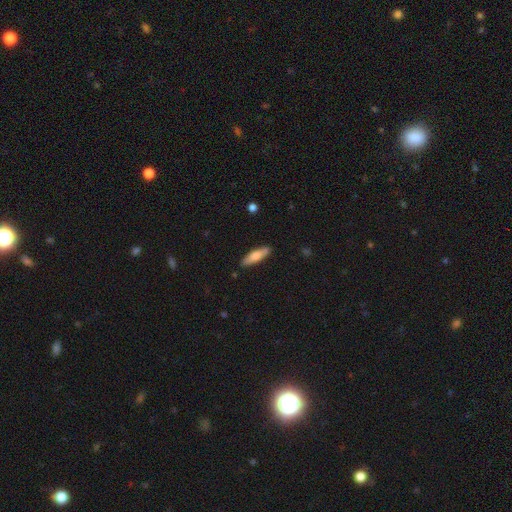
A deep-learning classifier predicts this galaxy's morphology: This is likely a smooth galaxy (68%). How rounded: likely cigar-shaped (64%). Merging: clearly none (87%).